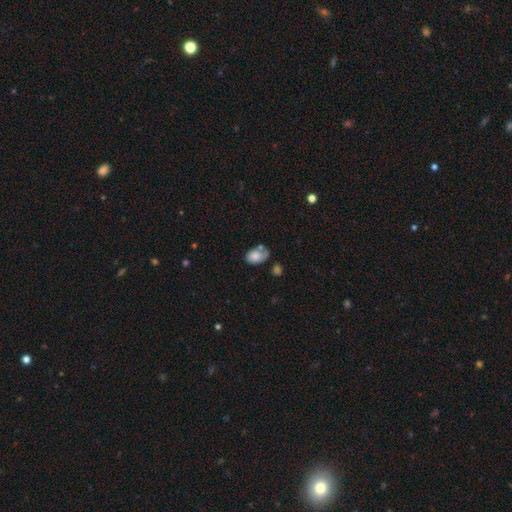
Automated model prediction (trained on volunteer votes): Smooth or featured: smooth — 74% (featured or disk — 18%)
How rounded: in between — 84% (round — 15%)
Merging: none — 44% (minor disturbance — 29%)